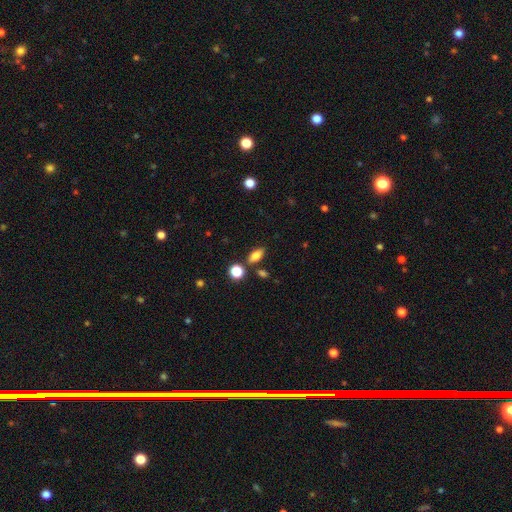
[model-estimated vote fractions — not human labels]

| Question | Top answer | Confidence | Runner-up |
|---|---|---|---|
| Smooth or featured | smooth | 76% | featured or disk (14%) |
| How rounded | in between | 80% | cigar-shaped (12%) |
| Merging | none | 79% | minor disturbance (11%) |